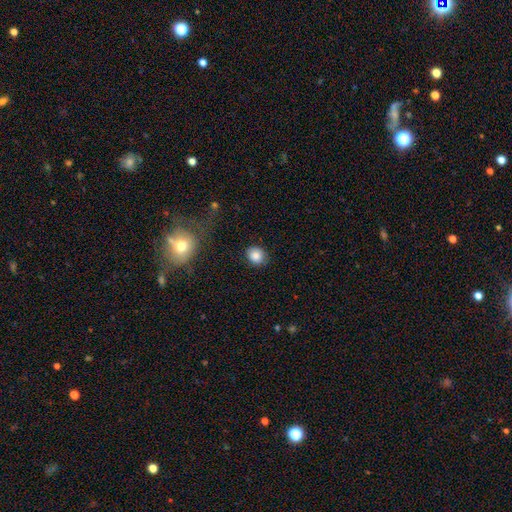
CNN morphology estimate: The model was most divided on "how rounded": round: 73%, in between: 26%, cigar-shaped: 1%. More confident: merging — none (86%); smooth or featured — smooth (84%).